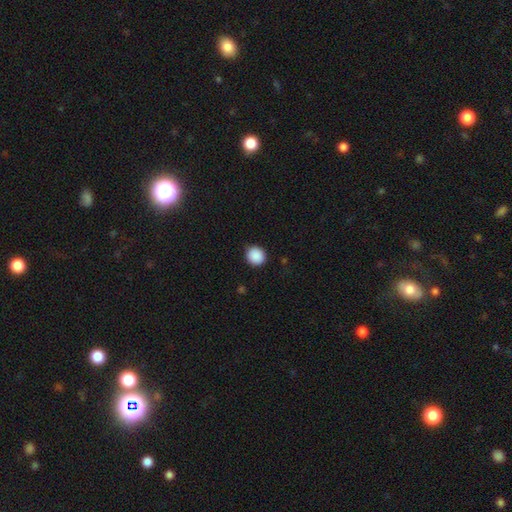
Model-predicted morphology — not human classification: This appears to be a smooth galaxy with no disk features (90%) that is round (89%). Merging: none (90%).